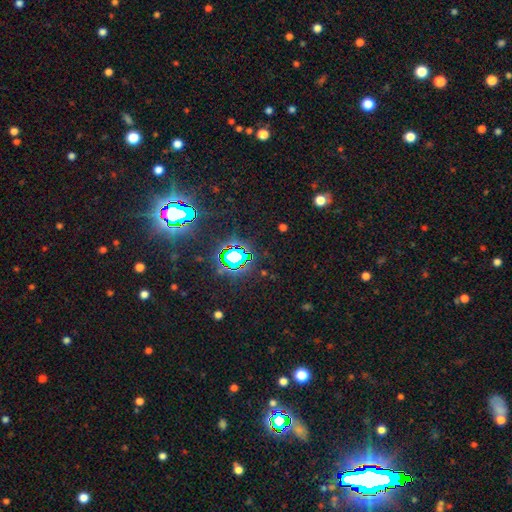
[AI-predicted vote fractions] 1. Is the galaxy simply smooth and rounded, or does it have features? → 82% star or artifact, 11% smooth, 7% featured or disk.